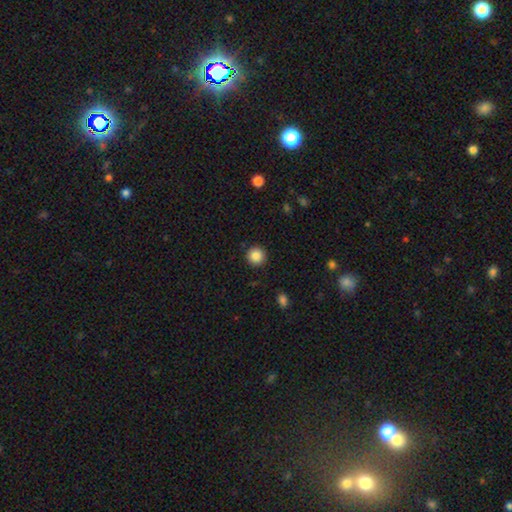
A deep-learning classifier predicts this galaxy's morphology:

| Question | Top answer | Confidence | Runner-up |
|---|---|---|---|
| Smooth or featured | smooth | 87% | star or artifact (9%) |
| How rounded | round | 95% | in between (4%) |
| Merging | none | 92% | minor disturbance (5%) |